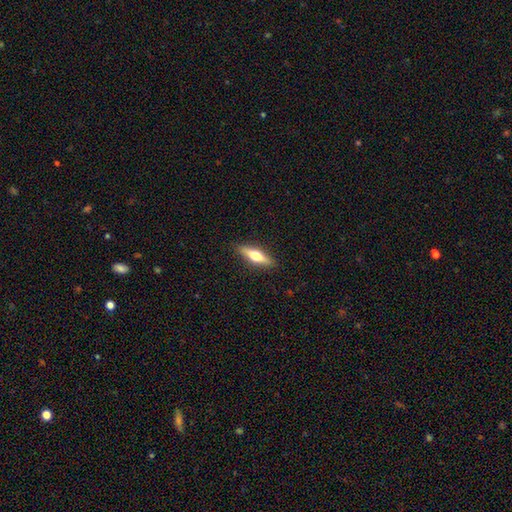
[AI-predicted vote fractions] A smooth galaxy with no disk features (48%).

Vote fractions:
- Smooth or featured? smooth: 48% / featured or disk: 46% / star or artifact: 6%
- Merging? none: 90% / minor disturbance: 8% / major disturbance: 2% / merger: 1%